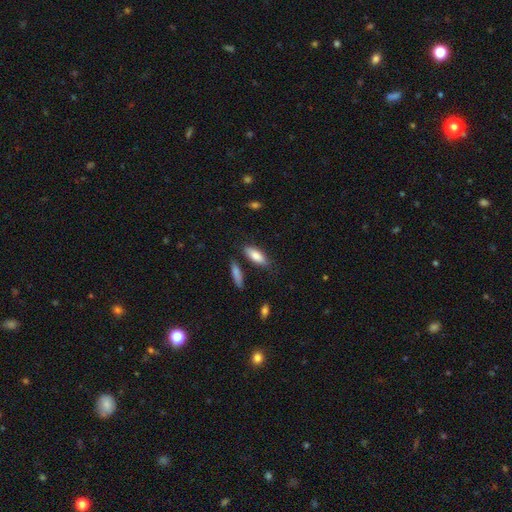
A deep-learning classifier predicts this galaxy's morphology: smooth 81%, featured or disk 13%, star or artifact 6%. Down the decision tree: how rounded — in between (66%); merging — none (76%).